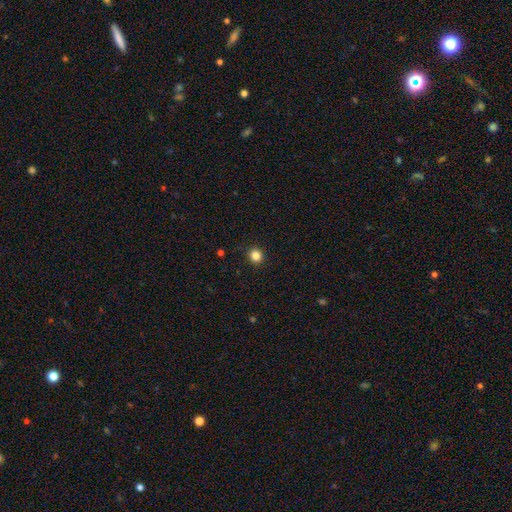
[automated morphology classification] Overall: smooth (84%). How rounded: round (89%). Merging: none (92%).